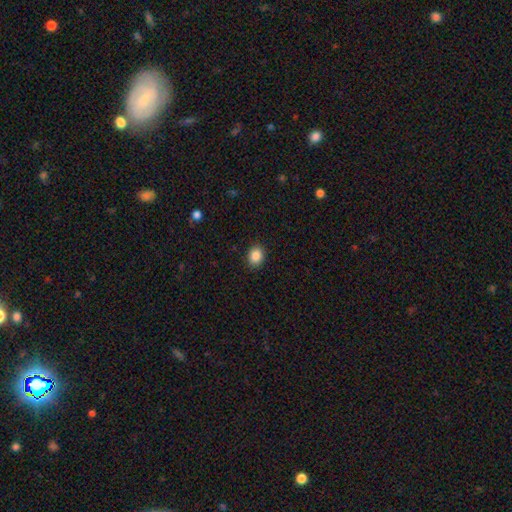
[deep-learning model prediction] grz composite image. It shows a smooth galaxy with no disk features (88%) that is in between round and cigar-shaped (52%). Merging: none (90%).